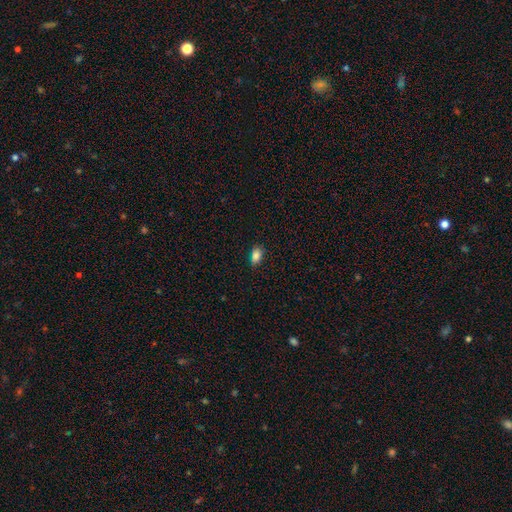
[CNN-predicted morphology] Smooth or featured: smooth — 84% (star or artifact — 11%)
How rounded: in between — 86% (round — 10%)
Merging: none — 81% (minor disturbance — 15%)